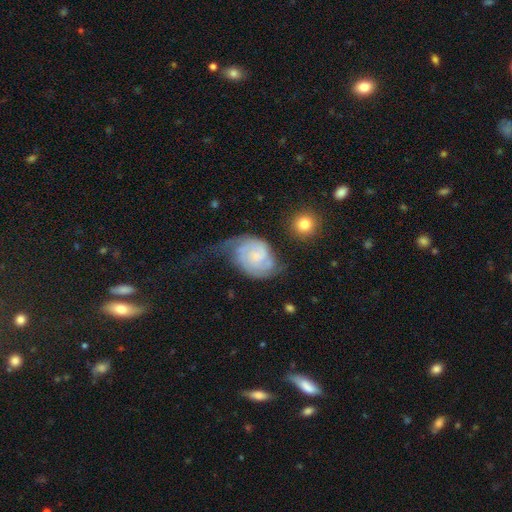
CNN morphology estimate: type=featured or disk (80%); edge-on=no (98%); bar=no (69%); spiral arms=yes (95%); winding=tight (48%); arm count=2 (66%); bulge=small (70%); merging=none (38%).